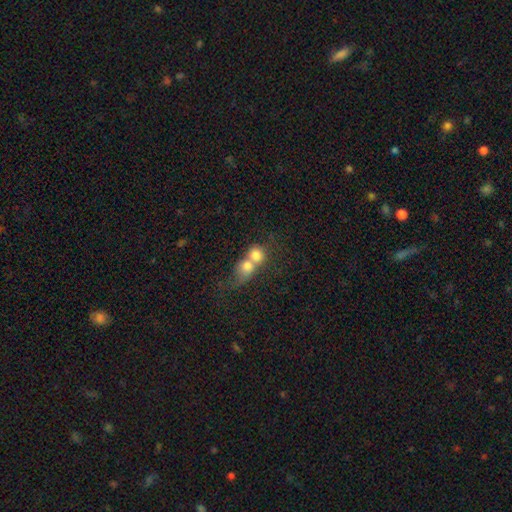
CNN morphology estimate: smooth_or_featured: smooth (p=0.74) [alt: featured or disk p=0.17]
how_rounded: round (p=0.73) [alt: in between p=0.25]
merging: merger (p=0.76) [alt: none p=0.15]